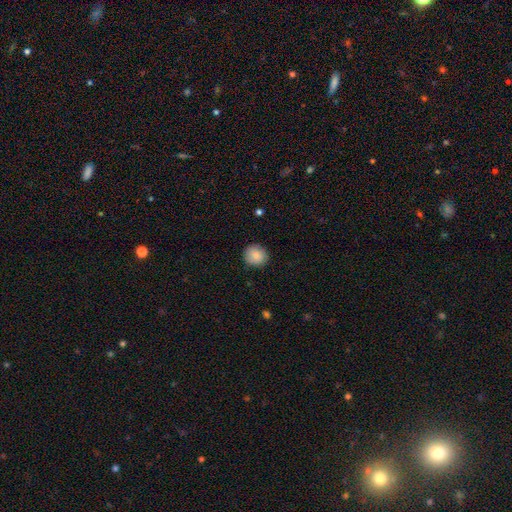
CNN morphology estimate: type=smooth (86%); roundness=round (88%); merging=none (87%).